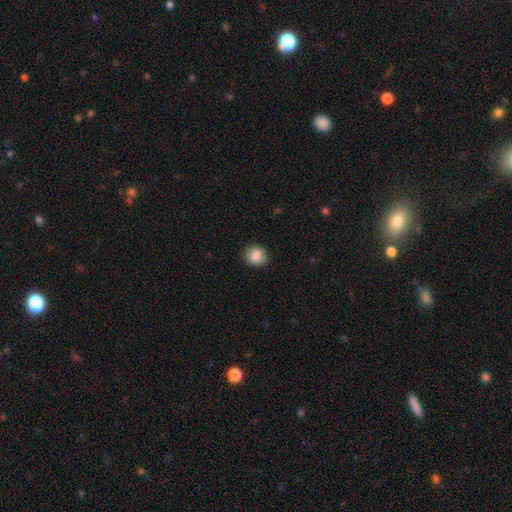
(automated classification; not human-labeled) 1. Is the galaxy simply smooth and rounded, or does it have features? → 87% smooth, 8% star or artifact, 5% featured or disk.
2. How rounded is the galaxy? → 74% round, 25% in between, 1% cigar-shaped.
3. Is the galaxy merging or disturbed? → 87% none, 10% minor disturbance, 2% major disturbance, 1% merger.